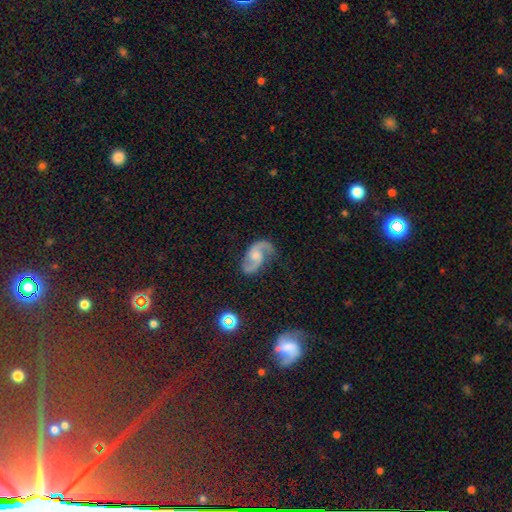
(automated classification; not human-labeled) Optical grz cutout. It shows a featured or disk galaxy (89%) with no bar (55%), 2 (93%) medium (53%) spiral arms (98%) and a moderate central bulge (41%). Merging: none (76%).